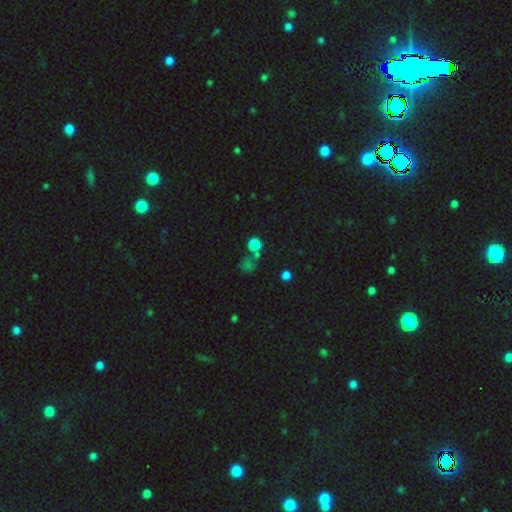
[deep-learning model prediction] smooth-or-featured: star or artifact: 53% | smooth: 35% | featured or disk: 12%